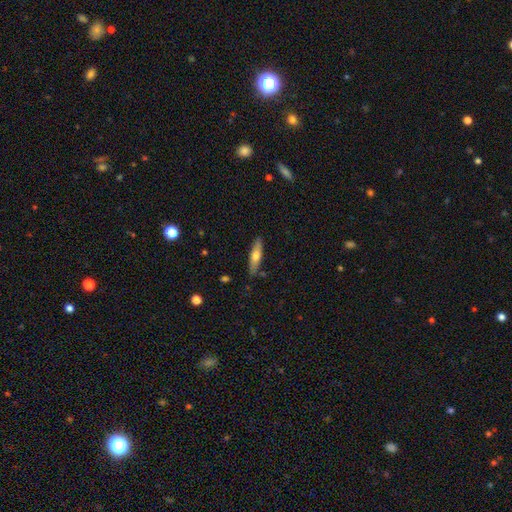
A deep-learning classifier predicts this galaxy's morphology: smooth_or_featured: smooth (p=0.56) [alt: featured or disk p=0.38]
how_rounded: cigar-shaped (p=0.71) [alt: in between p=0.27]
merging: none (p=0.86) [alt: minor disturbance p=0.10]